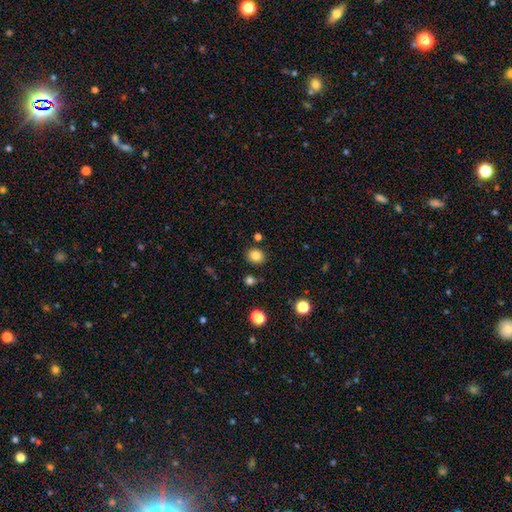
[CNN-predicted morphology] The model was most divided on "how rounded": round: 68%, in between: 31%, cigar-shaped: 1%. More confident: merging — none (84%); smooth or featured — smooth (83%).